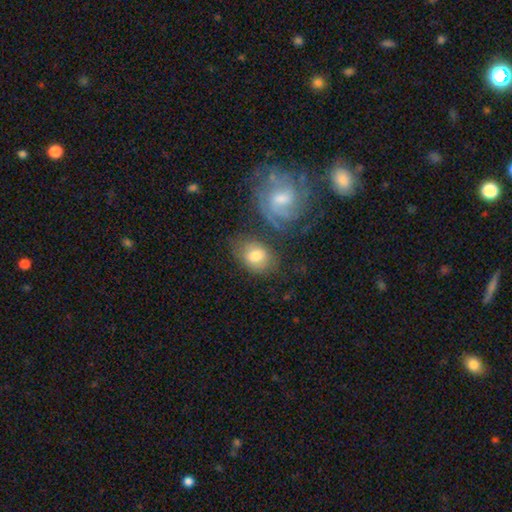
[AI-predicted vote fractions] Q: Smooth or featured?
A: smooth (67%); runner-up: featured or disk (25%)
Q: How rounded?
A: in between (64%); runner-up: round (35%)
Q: Merging?
A: none (59%); runner-up: minor disturbance (20%)